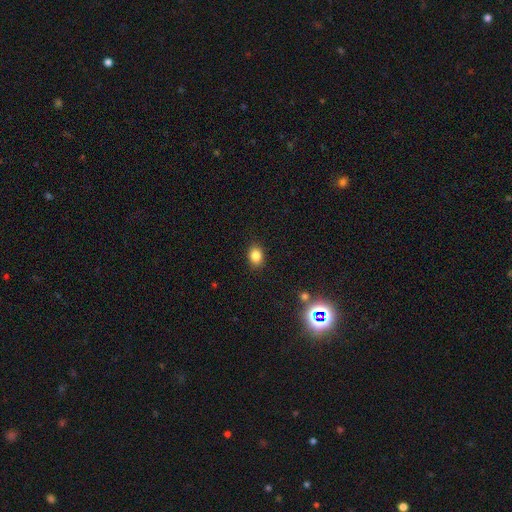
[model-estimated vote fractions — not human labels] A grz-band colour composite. It shows a smooth galaxy with no disk features (83%) that is in between round and cigar-shaped (60%). Merging: none (87%).